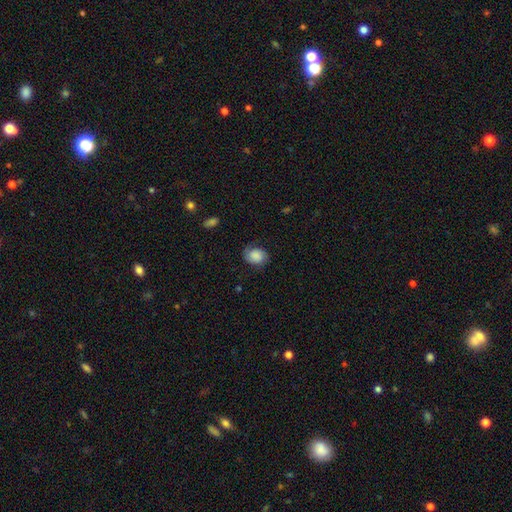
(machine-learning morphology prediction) smooth 66%, featured or disk 25%, star or artifact 9%. Down the decision tree: how rounded — in between (60%); merging — none (66%).